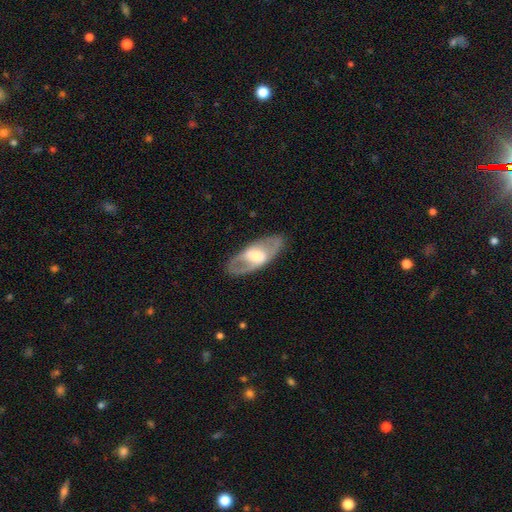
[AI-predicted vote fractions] Overall: featured or disk (64%; smooth 31%). Edge-on disk: no (81%). Bar: weak (36%; no 34%). Spiral arms: no (59%; yes 41%). Bulge size: moderate (49%; large 29%). Merging: none (82%).